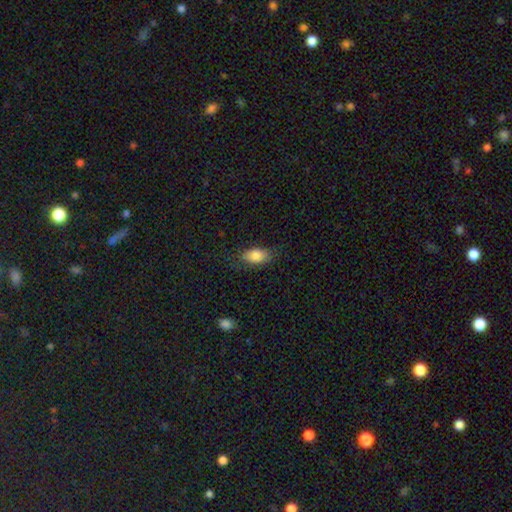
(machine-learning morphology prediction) This is clearly a smooth galaxy (83%). How rounded: clearly in between (88%). Merging: likely none (78%).